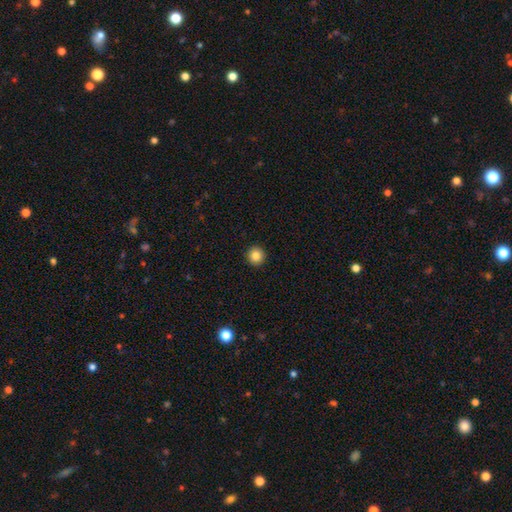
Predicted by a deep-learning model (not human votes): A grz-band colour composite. It shows a smooth galaxy with no disk features (84%) that is round (95%). Merging: none (94%).